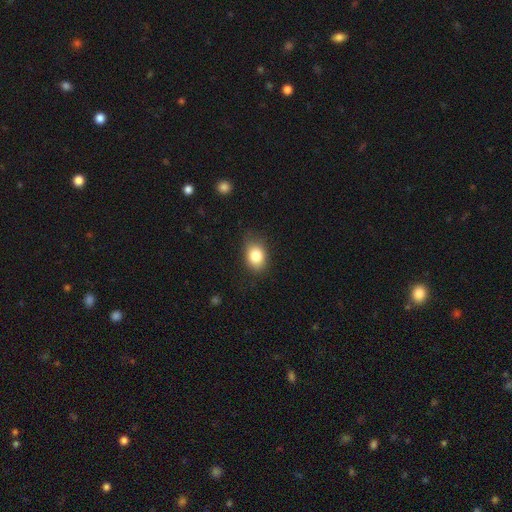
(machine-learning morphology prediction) Smooth or featured? smooth (82%)
How rounded? in between (70%)
Merging? none (75%)